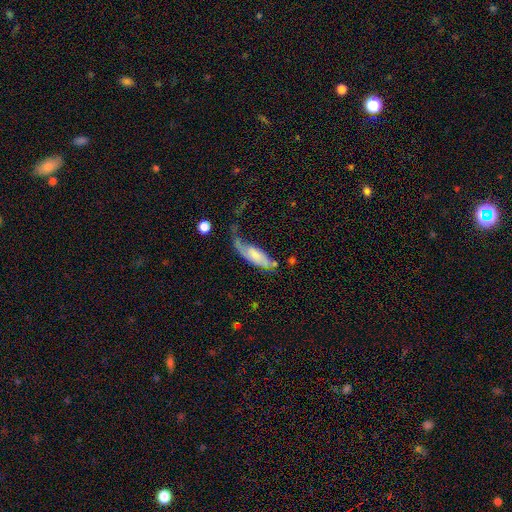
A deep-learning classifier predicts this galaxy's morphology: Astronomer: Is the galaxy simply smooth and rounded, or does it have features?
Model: smooth — 50% (runner-up: featured or disk, 43%).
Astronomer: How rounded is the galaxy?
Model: in between — 69%.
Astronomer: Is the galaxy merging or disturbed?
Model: major disturbance — 42% (runner-up: none, 25%).